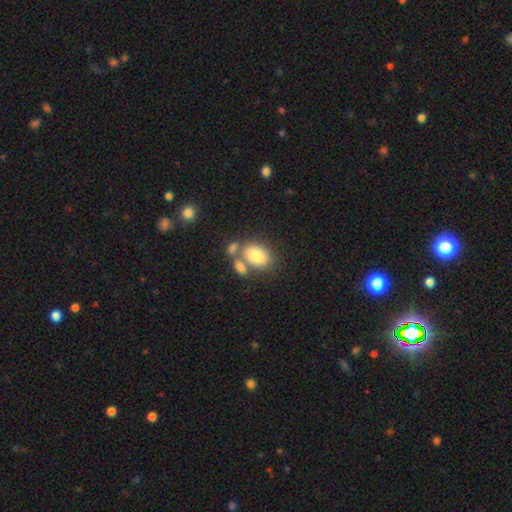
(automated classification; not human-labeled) A smooth galaxy with no disk features (81%) that is in between round and cigar-shaped (84%).

Vote fractions:
- Smooth or featured? smooth: 81% / featured or disk: 11% / star or artifact: 8%
- How rounded? in between: 84% / round: 15% / cigar-shaped: 1%
- Merging? none: 45% / merger: 35% / minor disturbance: 13% / major disturbance: 6%